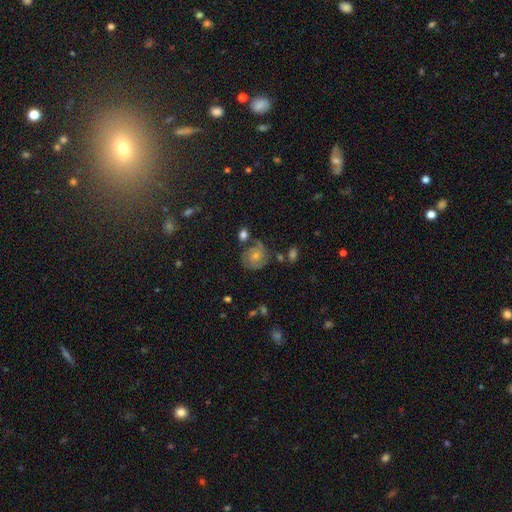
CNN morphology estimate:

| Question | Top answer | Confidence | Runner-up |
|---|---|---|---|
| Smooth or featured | featured or disk | 61% | smooth (30%) |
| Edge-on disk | no | 98% | yes (2%) |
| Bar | no | 79% | weak (18%) |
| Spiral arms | yes | 86% | no (14%) |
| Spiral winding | tight | 53% | medium (34%) |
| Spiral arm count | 2 | 38% | can't tell (27%) |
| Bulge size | small | 59% | moderate (34%) |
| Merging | none | 56% | minor disturbance (23%) |